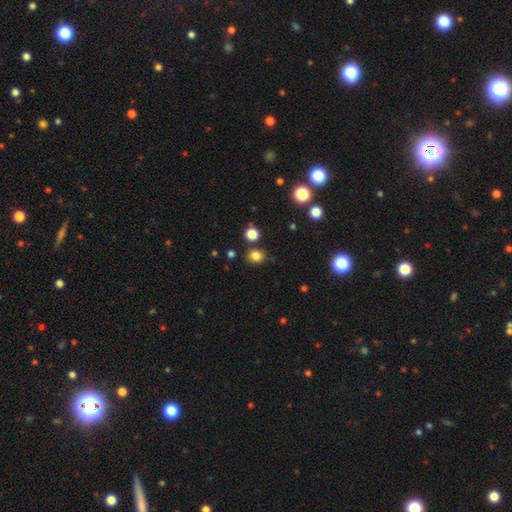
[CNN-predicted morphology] A smooth galaxy with no disk features (81%) that is round (60%). Merging: none (80%).